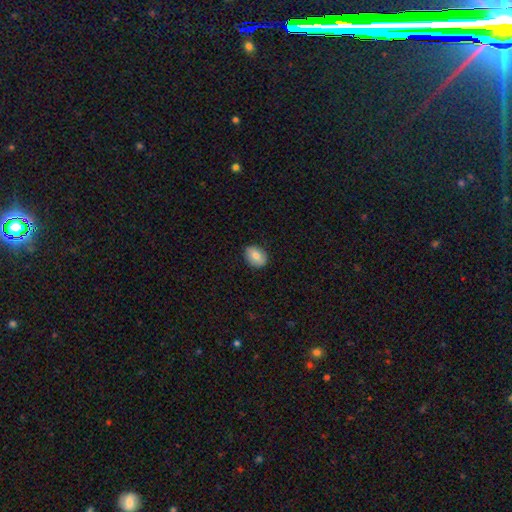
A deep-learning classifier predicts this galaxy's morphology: Smooth or featured? Predicted: smooth (p=0.75). How rounded? Predicted: in between (p=0.65). Merging? Predicted: none (p=0.85).